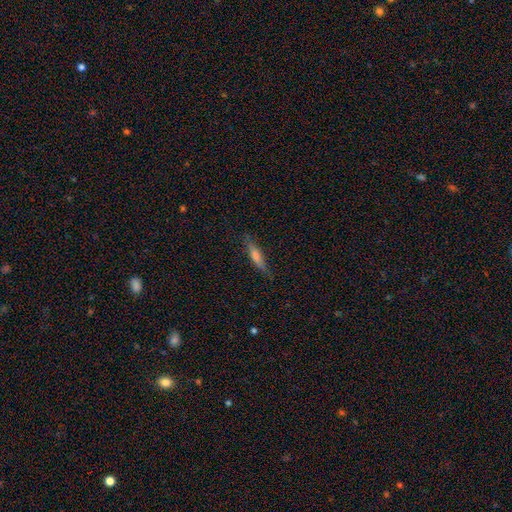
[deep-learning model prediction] The model was most divided on "smooth or featured": featured or disk: 48%, smooth: 45%, star or artifact: 7%. More confident: merging — none (84%).